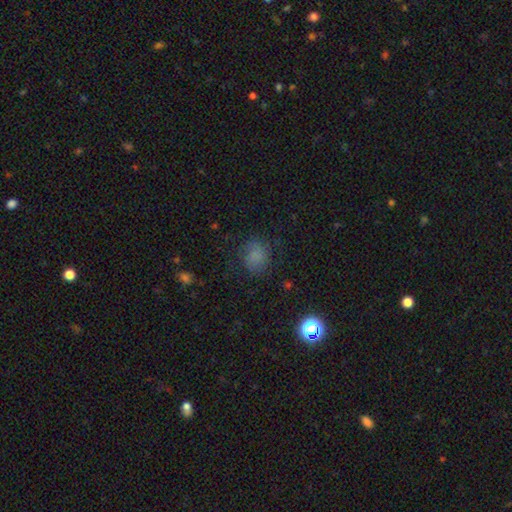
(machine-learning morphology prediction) Smooth or featured? smooth (71%)
How rounded? round (69%)
Merging? none (72%)